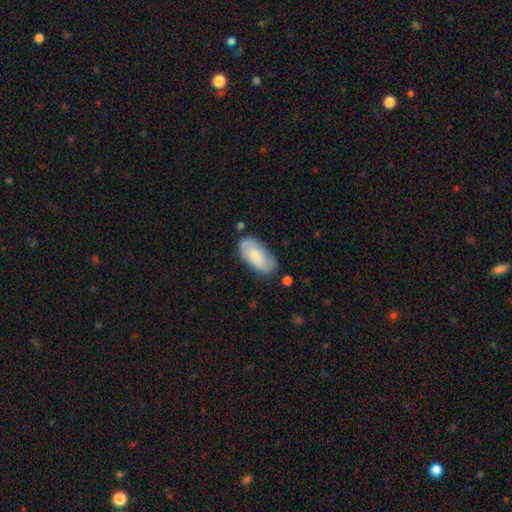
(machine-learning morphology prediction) smooth-or-featured: smooth: 76% | featured or disk: 18% | star or artifact: 6%
  how-rounded: in between: 94% | cigar-shaped: 4% | round: 2%
  merging: none: 73% | minor disturbance: 19% | major disturbance: 4% | merger: 4%